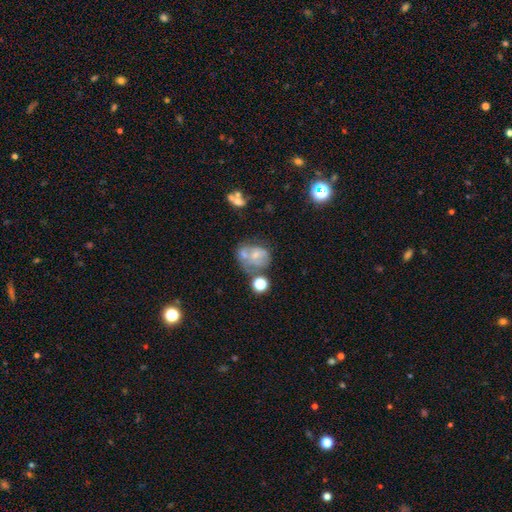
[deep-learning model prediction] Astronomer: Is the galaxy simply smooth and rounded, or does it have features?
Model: smooth — 45% (runner-up: featured or disk, 43%).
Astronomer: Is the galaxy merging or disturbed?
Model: merger — 37% (runner-up: none, 28%).